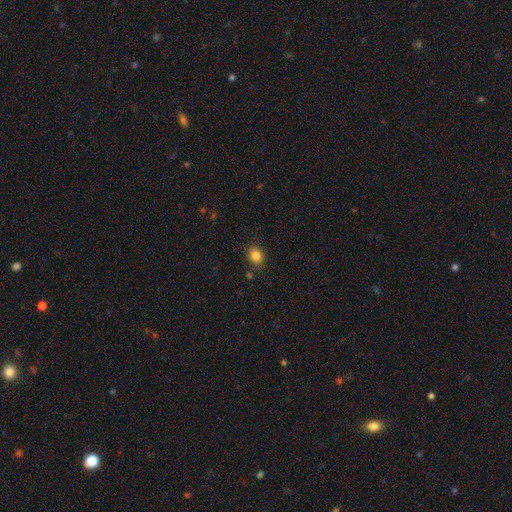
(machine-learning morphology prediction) Overall: smooth (84%). How rounded: round (50%; in between 49%). Merging: none (81%).